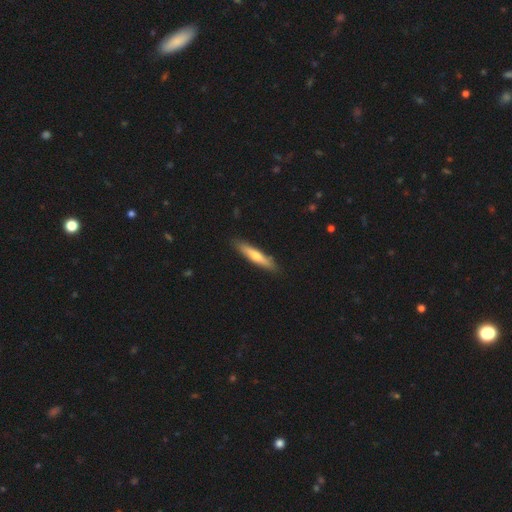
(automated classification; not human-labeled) Smooth or featured? smooth (58%)
How rounded? cigar-shaped (87%)
Merging? none (88%)